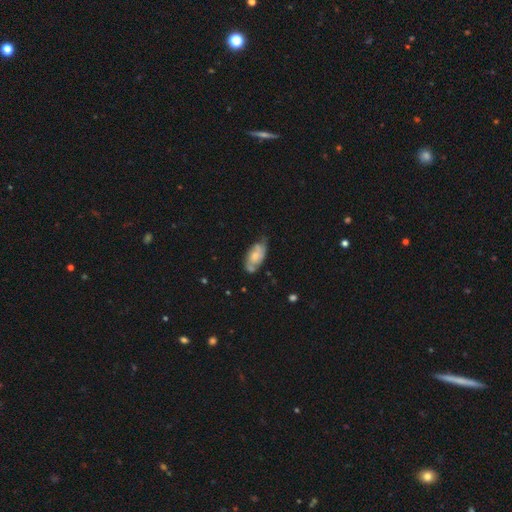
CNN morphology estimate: smooth_or_featured: featured or disk (p=0.51) [alt: smooth p=0.41]
disk_edge_on: no (p=0.91) [alt: yes p=0.09]
merging: none (p=0.54) [alt: minor disturbance p=0.31]